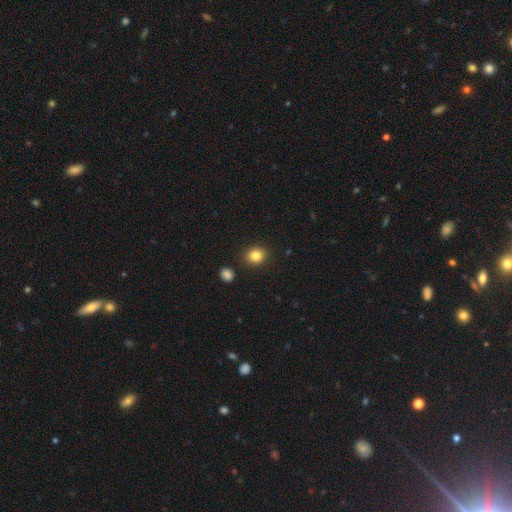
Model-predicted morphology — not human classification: Q: Smooth or featured?
A: smooth (85%); runner-up: star or artifact (10%)
Q: How rounded?
A: round (67%); runner-up: in between (32%)
Q: Merging?
A: none (87%); runner-up: minor disturbance (7%)